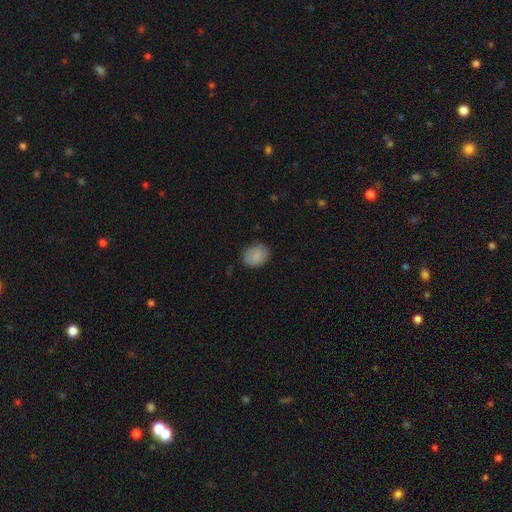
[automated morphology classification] smooth-or-featured: smooth: 85% | star or artifact: 8% | featured or disk: 7%
  how-rounded: in between: 55% | round: 44% | cigar-shaped: 1%
  merging: none: 81% | minor disturbance: 15% | major disturbance: 3% | merger: 1%